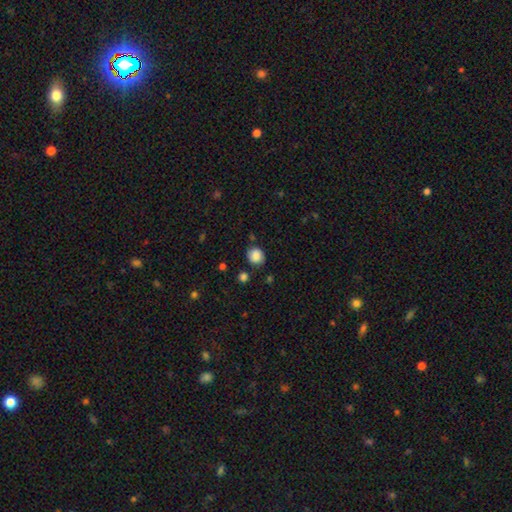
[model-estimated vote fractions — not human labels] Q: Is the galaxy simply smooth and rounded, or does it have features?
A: smooth — 86%.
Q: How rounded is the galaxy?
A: round — 80%.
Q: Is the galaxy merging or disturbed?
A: none — 79%.